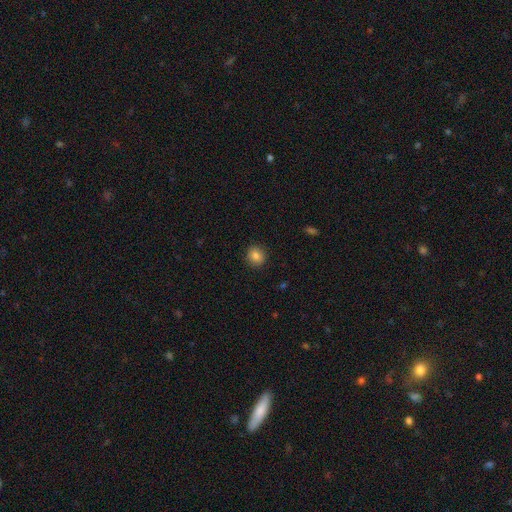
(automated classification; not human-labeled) This is clearly a smooth galaxy (85%). How rounded: clearly round (82%). Merging: clearly none (91%).